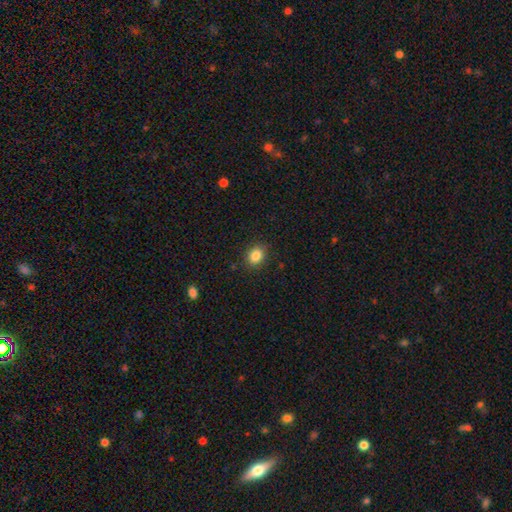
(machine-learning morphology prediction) A smooth galaxy with no disk features (85%) that is in between round and cigar-shaped (50%).

Vote fractions:
- Smooth or featured? smooth: 85% / star or artifact: 10% / featured or disk: 5%
- How rounded? in between: 50% / round: 49% / cigar-shaped: 1%
- Merging? none: 87% / minor disturbance: 9% / major disturbance: 2% / merger: 1%